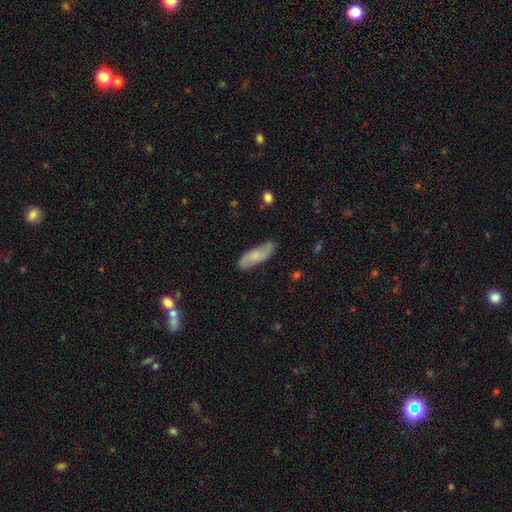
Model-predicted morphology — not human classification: type=smooth (56%); roundness=in between (54%); merging=none (79%).